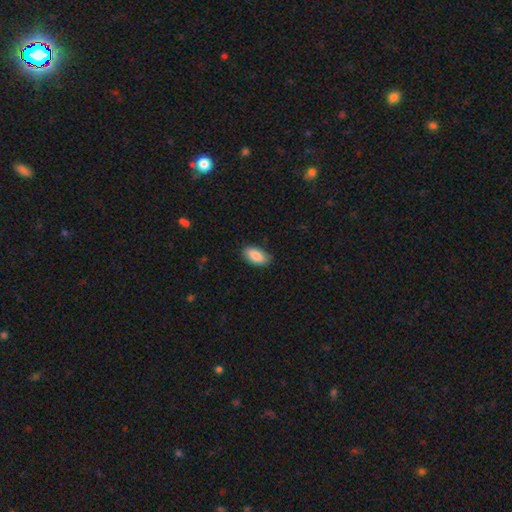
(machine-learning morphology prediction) Q: Smooth or featured?
A: smooth (88%); runner-up: featured or disk (6%)
Q: How rounded?
A: in between (93%); runner-up: cigar-shaped (4%)
Q: Merging?
A: none (84%); runner-up: minor disturbance (13%)